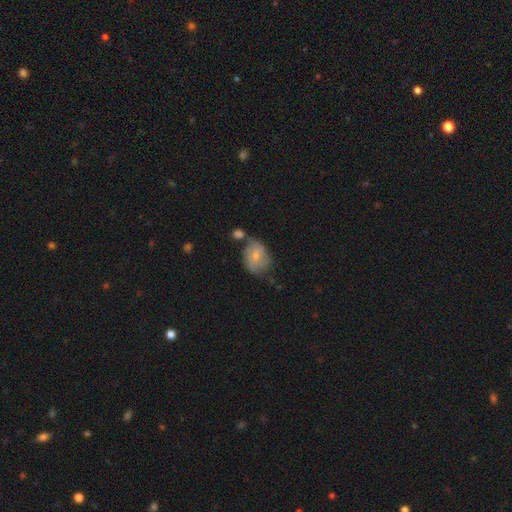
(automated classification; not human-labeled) A smooth galaxy with no disk features (63%) that is in between round and cigar-shaped (58%). Merging: none (44%).